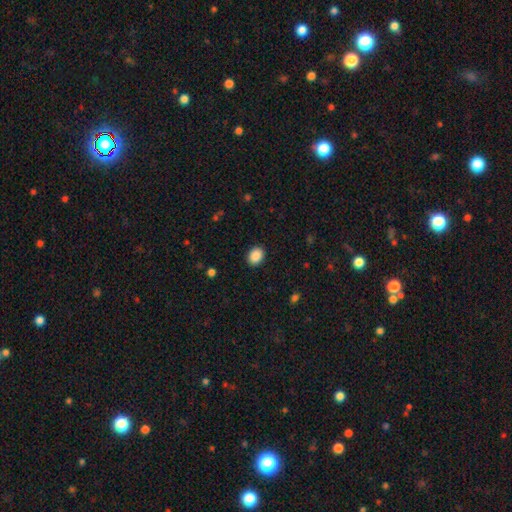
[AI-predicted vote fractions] A smooth galaxy with no disk features (89%) that is in between round and cigar-shaped (54%).

Vote fractions:
- Smooth or featured? smooth: 89% / star or artifact: 8% / featured or disk: 3%
- How rounded? in between: 54% / round: 45% / cigar-shaped: 1%
- Merging? none: 90% / minor disturbance: 7% / major disturbance: 2% / merger: 1%